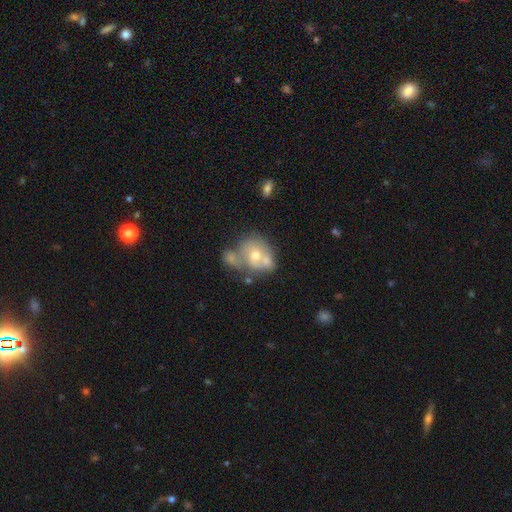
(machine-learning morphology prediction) Q: Smooth or featured?
A: smooth (51%); runner-up: featured or disk (40%)
Q: How rounded?
A: round (61%); runner-up: in between (38%)
Q: Merging?
A: merger (56%); runner-up: none (23%)